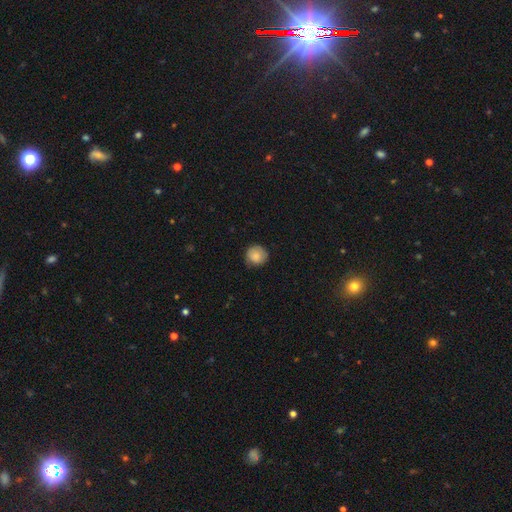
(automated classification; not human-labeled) Q: Smooth or featured?
A: smooth (84%); runner-up: star or artifact (8%)
Q: How rounded?
A: round (92%); runner-up: in between (7%)
Q: Merging?
A: none (82%); runner-up: minor disturbance (15%)